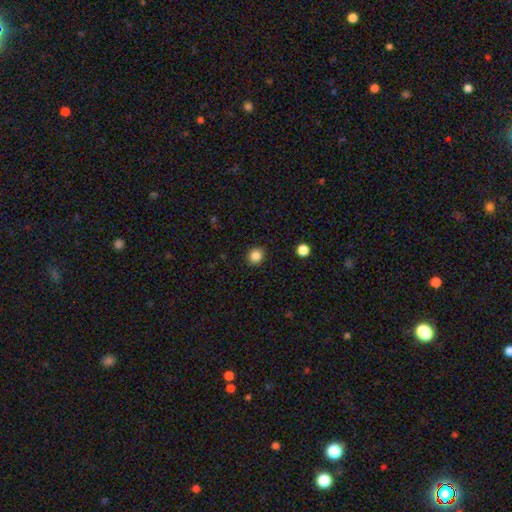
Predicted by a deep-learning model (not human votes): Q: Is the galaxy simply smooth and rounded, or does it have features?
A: smooth — 85%.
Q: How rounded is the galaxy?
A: round — 81%.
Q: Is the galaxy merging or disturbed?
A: none — 90%.